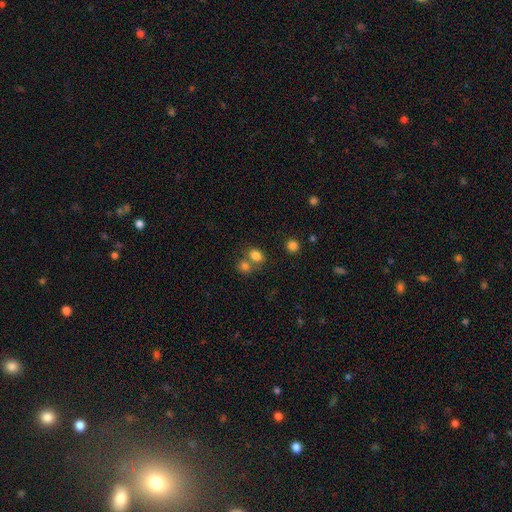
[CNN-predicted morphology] type=smooth (80%); roundness=in between (55%); merging=none (48%).